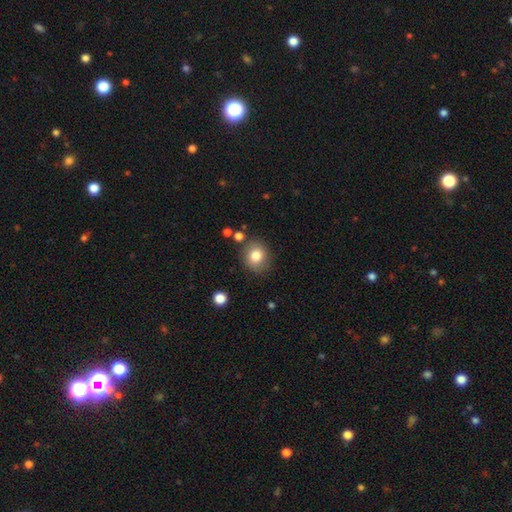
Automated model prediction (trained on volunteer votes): A smooth galaxy with no disk features (81%) that is round (74%).

Vote fractions:
- Smooth or featured? smooth: 81% / star or artifact: 10% / featured or disk: 9%
- How rounded? round: 74% / in between: 25% / cigar-shaped: 1%
- Merging? none: 81% / minor disturbance: 12% / merger: 4% / major disturbance: 4%